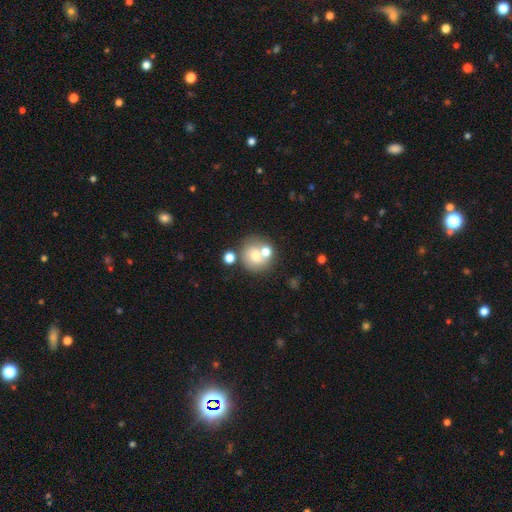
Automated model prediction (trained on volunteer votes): A smooth galaxy with no disk features (65%) that is round (83%).

Vote fractions:
- Smooth or featured? smooth: 65% / featured or disk: 24% / star or artifact: 11%
- How rounded? round: 83% / in between: 17% / cigar-shaped: 1%
- Merging? none: 50% / merger: 31% / minor disturbance: 12% / major disturbance: 6%